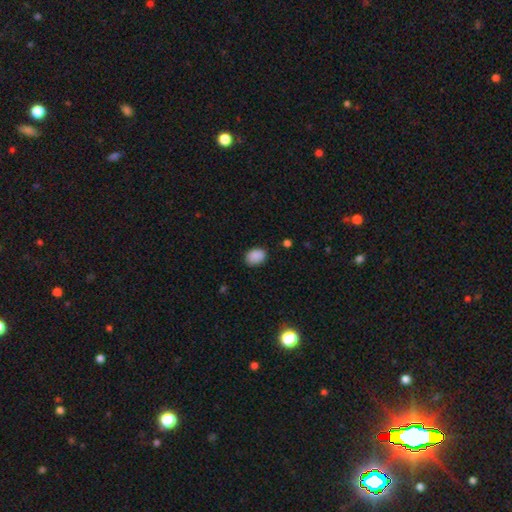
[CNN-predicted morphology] A smooth galaxy with no disk features (88%) that is in between round and cigar-shaped (76%).

Vote fractions:
- Smooth or featured? smooth: 88% / star or artifact: 8% / featured or disk: 3%
- How rounded? in between: 76% / round: 23% / cigar-shaped: 1%
- Merging? none: 82% / minor disturbance: 14% / major disturbance: 3% / merger: 1%